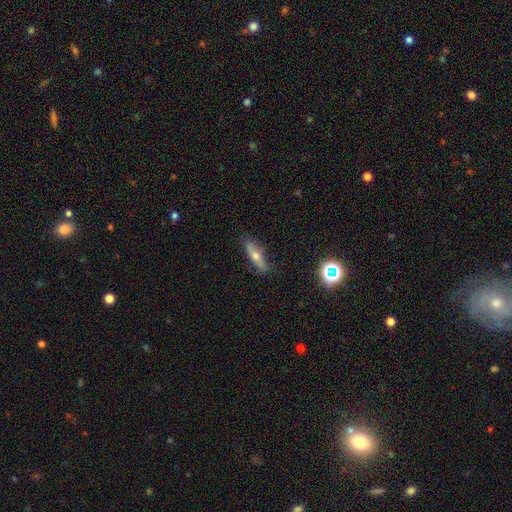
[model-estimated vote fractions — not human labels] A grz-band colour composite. It shows a smooth galaxy with no disk features (54%) that is cigar-shaped (61%). Merging: none (82%).